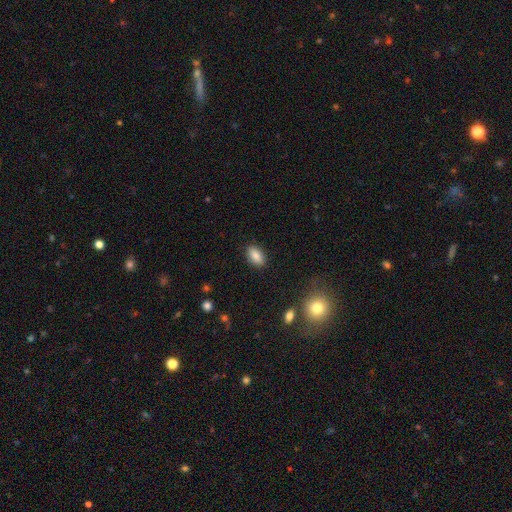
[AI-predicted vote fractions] smooth-or-featured: smooth: 87% | star or artifact: 8% | featured or disk: 6%
  how-rounded: in between: 90% | round: 5% | cigar-shaped: 4%
  merging: none: 88% | minor disturbance: 9% | major disturbance: 2% | merger: 1%